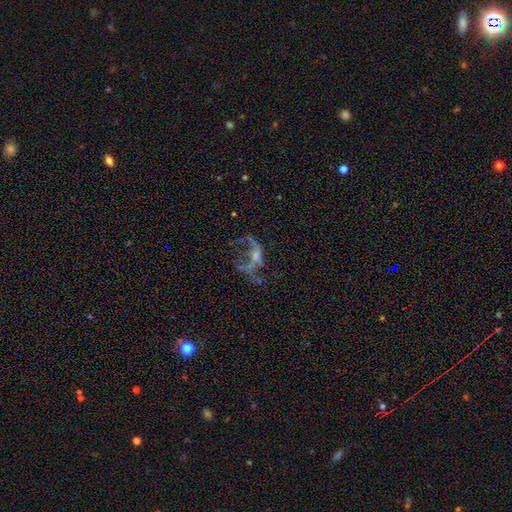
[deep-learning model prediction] Smooth or featured? featured or disk (69%)
Edge-on disk? no (94%)
Bar? no (64%)
Spiral arms? yes (53%)
Bulge size? small (44%)
Merging? major disturbance (44%)